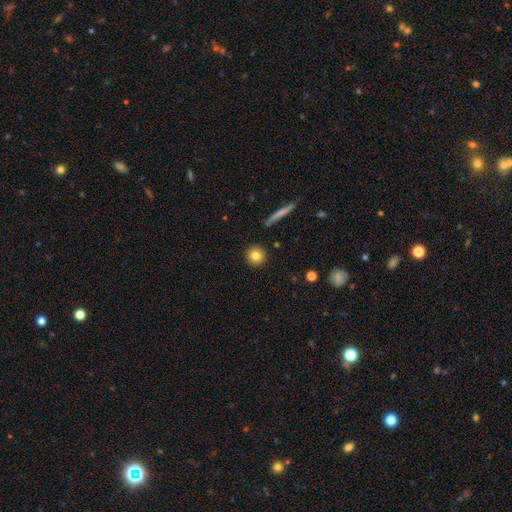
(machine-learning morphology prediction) Smooth or featured: smooth — 81% (featured or disk — 10%)
How rounded: round — 93% (in between — 5%)
Merging: none — 91% (minor disturbance — 5%)